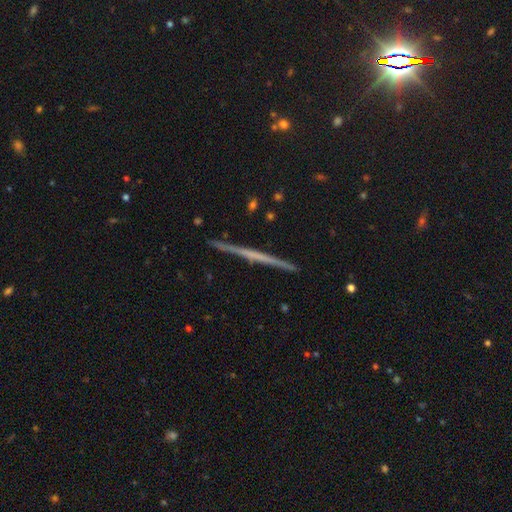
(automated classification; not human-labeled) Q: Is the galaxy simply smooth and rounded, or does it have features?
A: featured or disk — 67%.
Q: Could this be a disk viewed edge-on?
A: yes — 98%.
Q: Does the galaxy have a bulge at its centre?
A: none — 84%.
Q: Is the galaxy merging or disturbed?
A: none — 92%.